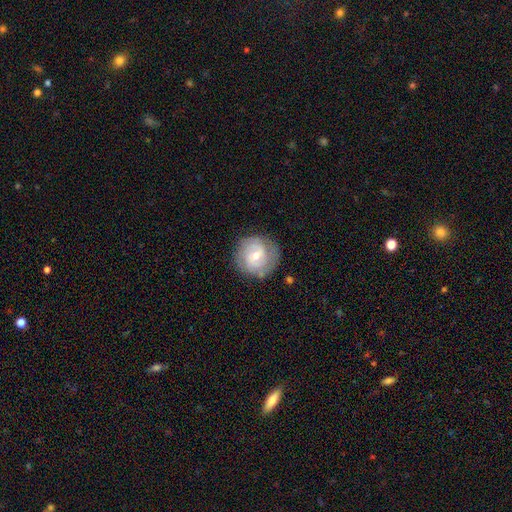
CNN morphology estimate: smooth_or_featured: featured or disk (p=0.60) [alt: smooth p=0.33]
disk_edge_on: no (p=0.97) [alt: yes p=0.03]
bar: no (p=0.51) [alt: weak p=0.40]
has_spiral_arms: yes (p=0.79) [alt: no p=0.21]
bulge_size: moderate (p=0.56) [alt: small p=0.39]
merging: none (p=0.77) [alt: minor disturbance p=0.16]